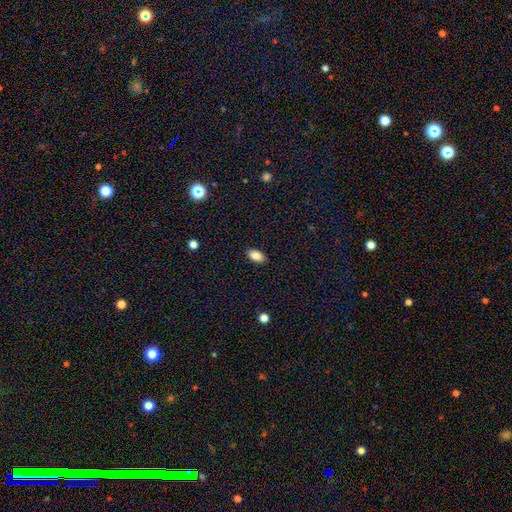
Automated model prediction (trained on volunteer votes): This is clearly a smooth galaxy (86%). How rounded: clearly in between (92%). Merging: clearly none (89%).